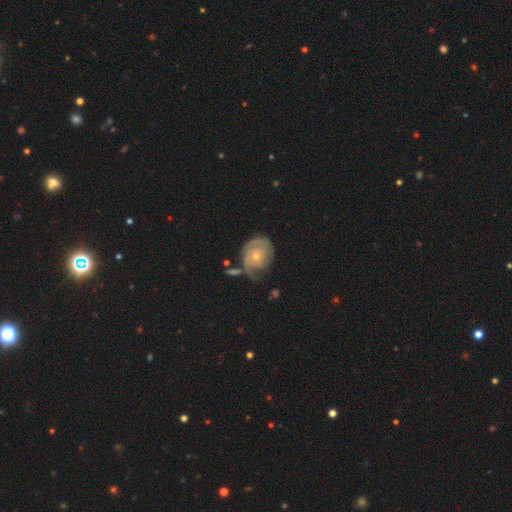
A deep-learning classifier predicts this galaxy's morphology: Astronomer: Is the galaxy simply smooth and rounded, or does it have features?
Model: featured or disk — 75%.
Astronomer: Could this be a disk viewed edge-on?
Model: no — 97%.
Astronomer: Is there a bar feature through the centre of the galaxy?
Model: no — 79%.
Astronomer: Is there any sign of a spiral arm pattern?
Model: yes — 88%.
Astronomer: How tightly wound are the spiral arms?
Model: tight — 64%.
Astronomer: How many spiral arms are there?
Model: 2 — 40% (runner-up: can't tell, 28%).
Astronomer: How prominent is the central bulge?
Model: small — 67%.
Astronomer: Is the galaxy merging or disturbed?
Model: none — 50% (runner-up: minor disturbance, 27%).